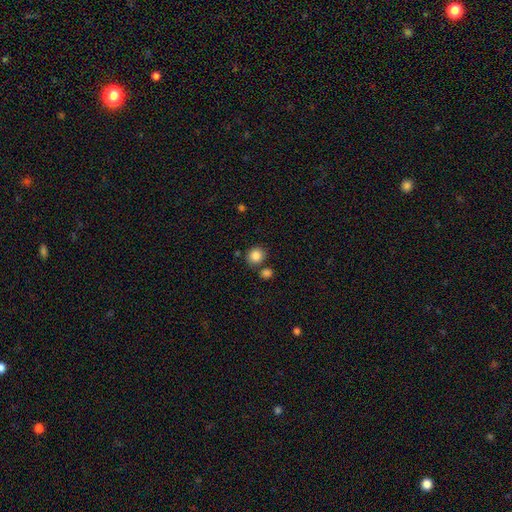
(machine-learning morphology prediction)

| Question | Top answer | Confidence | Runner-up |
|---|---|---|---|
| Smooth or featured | smooth | 86% | star or artifact (10%) |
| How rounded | round | 83% | in between (17%) |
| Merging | none | 75% | merger (12%) |